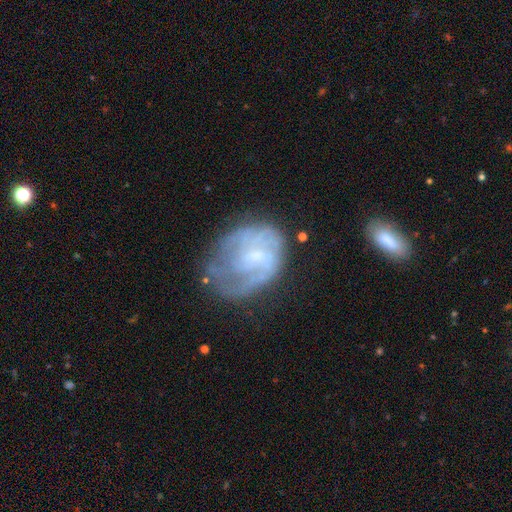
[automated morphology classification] Q: Smooth or featured?
A: featured or disk (68%); runner-up: smooth (24%)
Q: Edge-on disk?
A: no (98%); runner-up: yes (2%)
Q: Bar?
A: no (53%); runner-up: weak (41%)
Q: Spiral arms?
A: yes (70%); runner-up: no (30%)
Q: Bulge size?
A: small (40%); runner-up: none (36%)
Q: Merging?
A: none (46%); runner-up: major disturbance (25%)